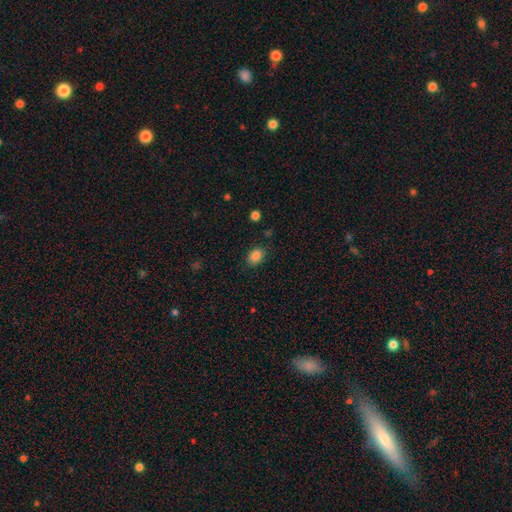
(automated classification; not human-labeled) A smooth galaxy with no disk features (85%) that is in between round and cigar-shaped (73%). Merging: none (84%).